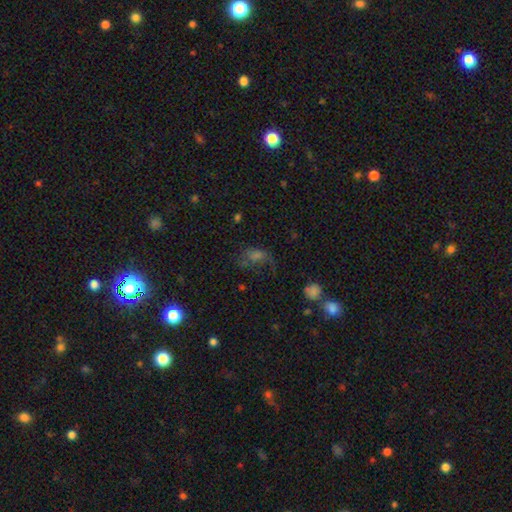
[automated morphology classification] smooth_or_featured: smooth (p=0.44) [alt: star or artifact p=0.32]
merging: none (p=0.45) [alt: major disturbance p=0.28]